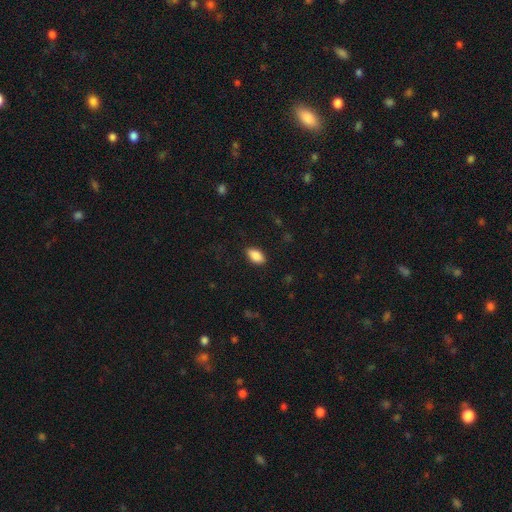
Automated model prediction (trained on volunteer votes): Smooth or featured: smooth — 88% (star or artifact — 7%)
How rounded: in between — 92% (cigar-shaped — 4%)
Merging: none — 87% (minor disturbance — 9%)